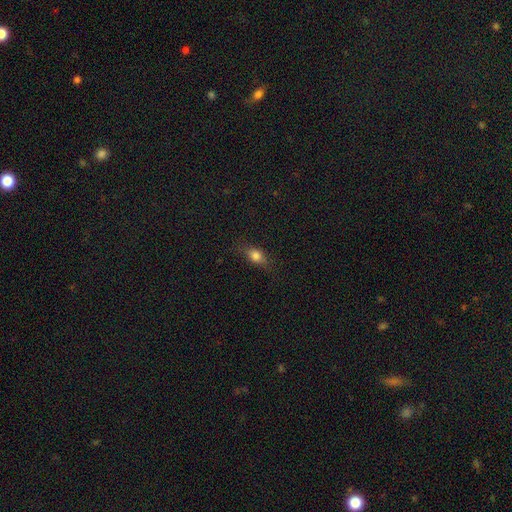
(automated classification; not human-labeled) This appears to be a smooth galaxy with no disk features (76%) that is in between round and cigar-shaped (68%). Merging: none (75%).